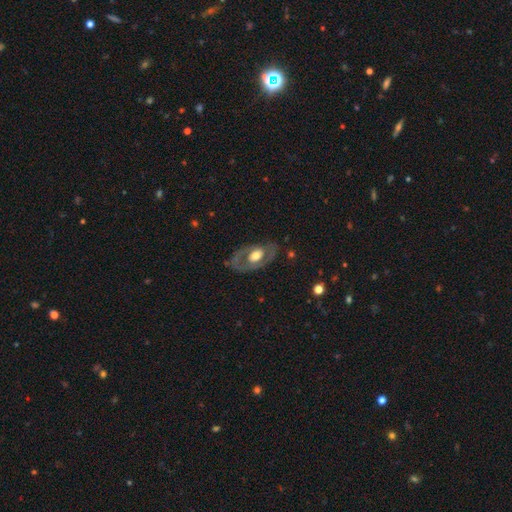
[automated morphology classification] Smooth or featured? featured or disk (59%)
Edge-on disk? no (90%)
Bar? no (77%)
Spiral arms? no (72%)
Bulge size? moderate (51%)
Merging? none (70%)